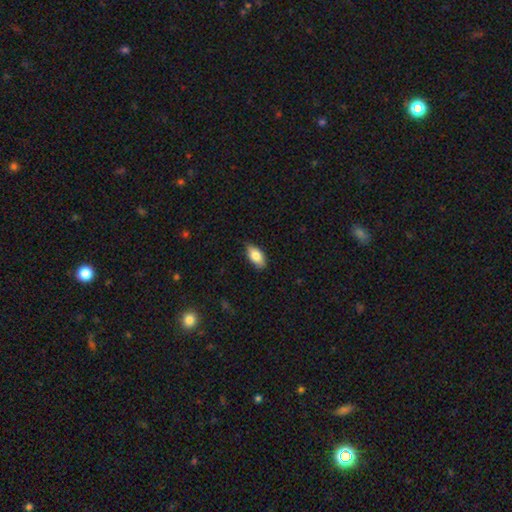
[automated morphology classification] The model was most divided on "merging": none: 82%, minor disturbance: 15%, major disturbance: 2%, merger: 1%. More confident: how rounded — in between (91%); smooth or featured — smooth (82%).